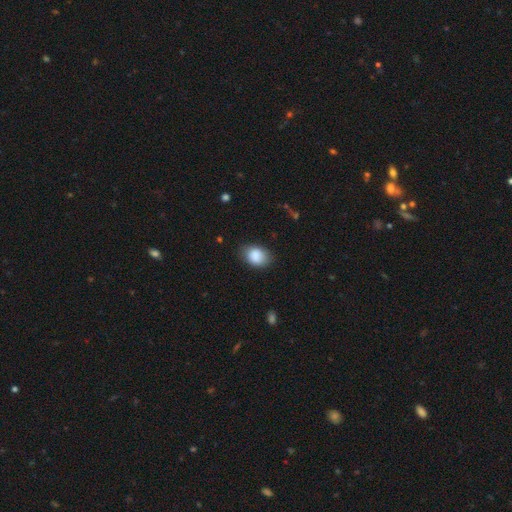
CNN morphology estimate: This appears to be a smooth galaxy with no disk features (88%) that is in between round and cigar-shaped (75%). Merging: none (78%).